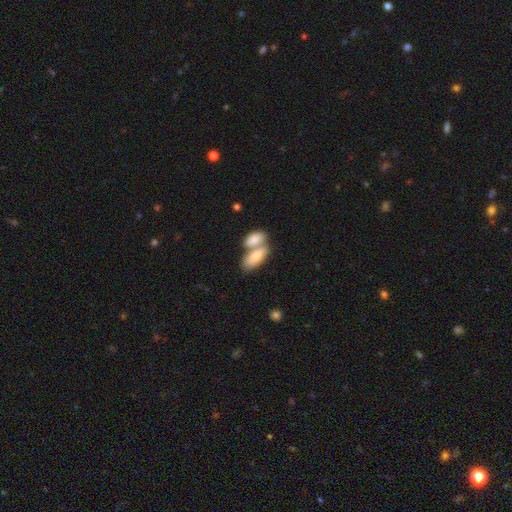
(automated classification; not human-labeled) Overall: smooth (79%). How rounded: in between (85%). Merging: merger (62%; none 27%).